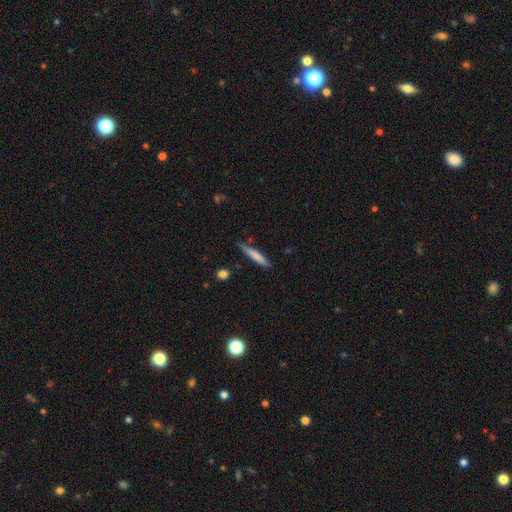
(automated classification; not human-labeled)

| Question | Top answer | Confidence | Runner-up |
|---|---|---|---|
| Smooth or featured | smooth | 72% | featured or disk (23%) |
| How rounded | cigar-shaped | 92% | in between (6%) |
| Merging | none | 79% | minor disturbance (16%) |